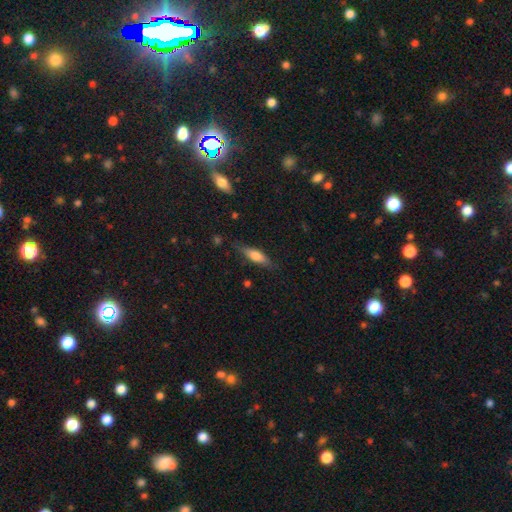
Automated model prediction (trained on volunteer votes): Q: Smooth or featured?
A: smooth (60%); runner-up: featured or disk (33%)
Q: How rounded?
A: cigar-shaped (55%); runner-up: in between (42%)
Q: Merging?
A: none (78%); runner-up: minor disturbance (16%)